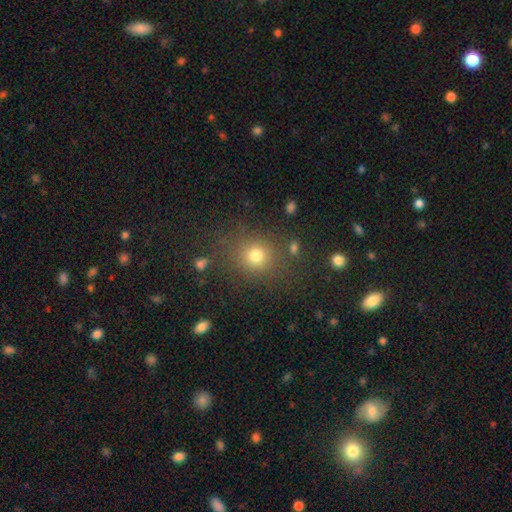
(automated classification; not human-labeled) The model was most divided on "smooth or featured": smooth: 76%, star or artifact: 17%, featured or disk: 7%. More confident: merging — none (80%); how rounded — round (79%).